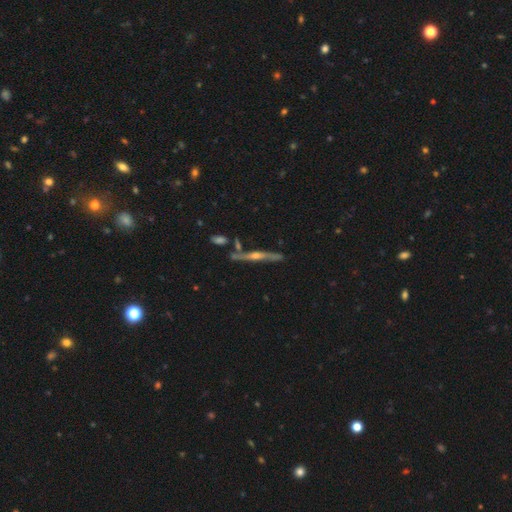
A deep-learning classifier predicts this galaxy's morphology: Overall: featured or disk (82%). Edge-on disk: yes (96%). Edge-on bulge: rounded (87%). Merging: none (77%).